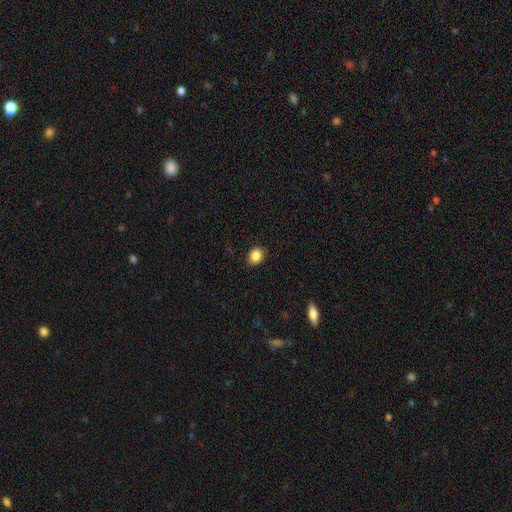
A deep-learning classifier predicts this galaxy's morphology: Smooth or featured: smooth — 87% (star or artifact — 9%)
How rounded: round — 54% (in between — 45%)
Merging: none — 88% (minor disturbance — 8%)